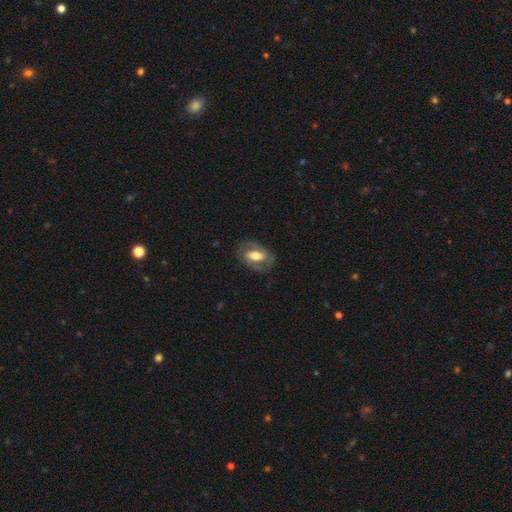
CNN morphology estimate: This is likely a featured or disk galaxy (67%). It is clearly not viewed edge-on (94%). Bar: marginally weak (36%). Spiral arm pattern: likely yes (72%). Central bulge: likely moderate (63%). Merging: likely none (75%).